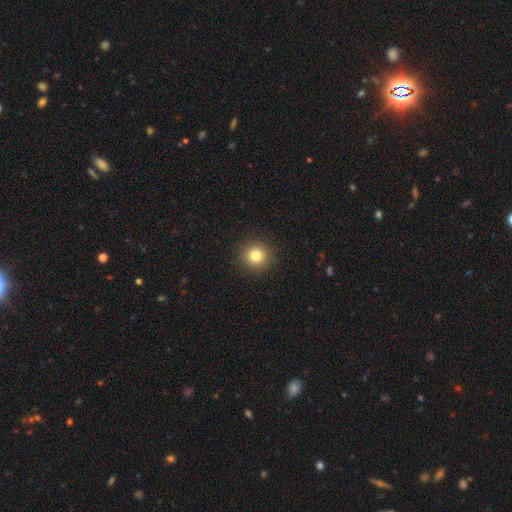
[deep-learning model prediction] Morphology: type=smooth (81%); roundness=round (93%); merging=none (92%).